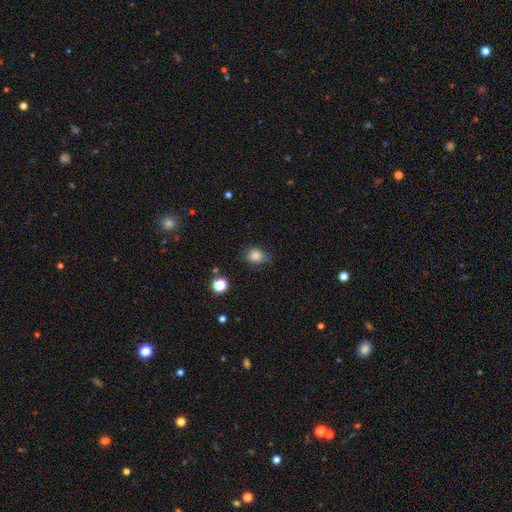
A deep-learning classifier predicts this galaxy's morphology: smooth_or_featured: smooth (p=0.83) [alt: star or artifact p=0.11]
how_rounded: round (p=0.61) [alt: in between p=0.38]
merging: none (p=0.68) [alt: minor disturbance p=0.25]